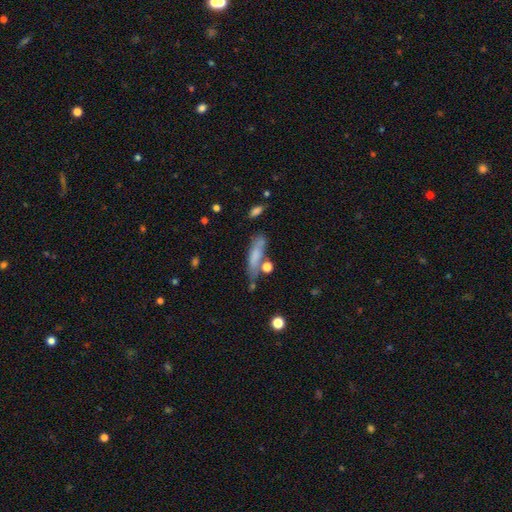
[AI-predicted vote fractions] Smooth or featured? smooth (68%)
How rounded? cigar-shaped (63%)
Merging? none (51%)